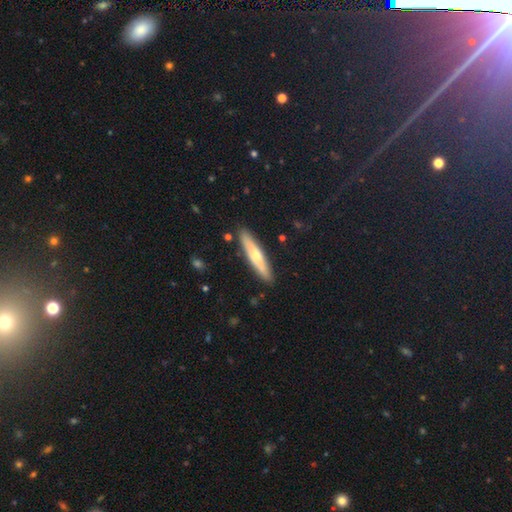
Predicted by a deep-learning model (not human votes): Morphology: type=smooth (52%); roundness=cigar-shaped (85%); merging=none (88%).